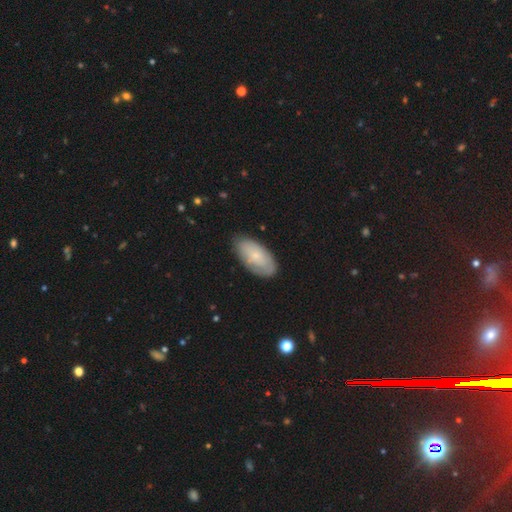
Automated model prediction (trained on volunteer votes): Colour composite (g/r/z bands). It shows a smooth galaxy with no disk features (66%) that is in between round and cigar-shaped (94%). Merging: none (78%).